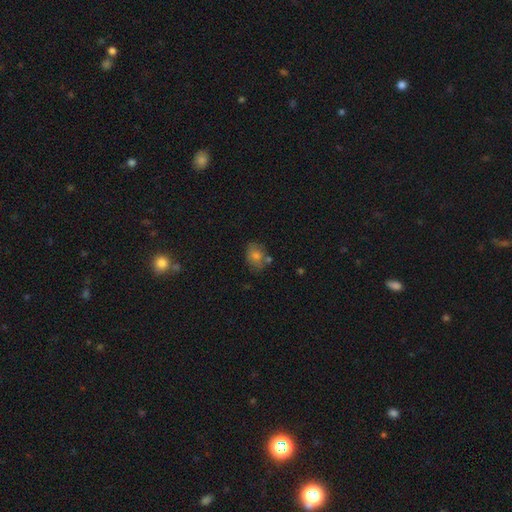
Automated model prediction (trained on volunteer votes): This appears to be a smooth galaxy with no disk features (74%) that is in between round and cigar-shaped (61%). Merging: none (64%).